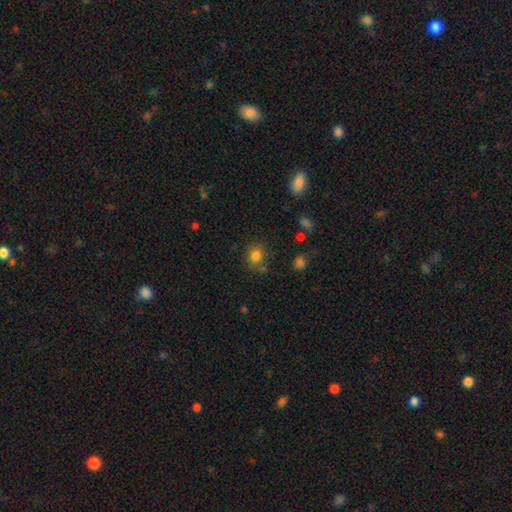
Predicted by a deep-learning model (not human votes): This appears to be a smooth galaxy with no disk features (81%) that is round (74%). Merging: none (73%).